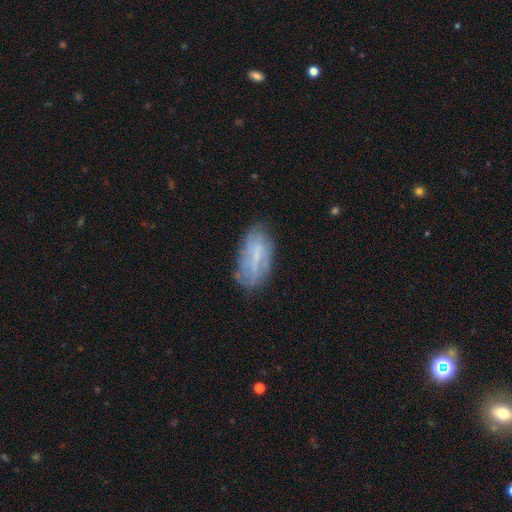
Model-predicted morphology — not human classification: A featured or disk galaxy (54%).

Vote fractions:
- Smooth or featured? featured or disk: 54% / smooth: 37% / star or artifact: 9%
- Edge-on disk? no: 91% / yes: 9%
- Merging? none: 67% / minor disturbance: 22% / major disturbance: 8% / merger: 2%